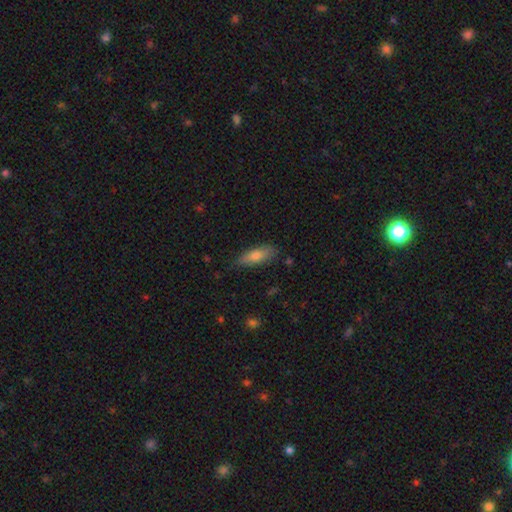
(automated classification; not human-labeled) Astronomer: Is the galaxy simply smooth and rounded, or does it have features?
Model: smooth — 74%.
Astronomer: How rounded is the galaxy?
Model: in between — 58% (runner-up: cigar-shaped, 40%).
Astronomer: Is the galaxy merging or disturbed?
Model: none — 80%.